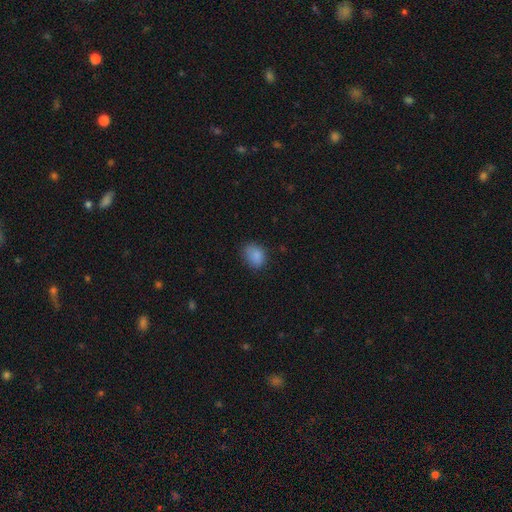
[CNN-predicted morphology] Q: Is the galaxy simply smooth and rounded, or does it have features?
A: smooth — 85%.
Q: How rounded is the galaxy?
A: in between — 63%.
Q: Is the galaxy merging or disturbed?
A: none — 71%.